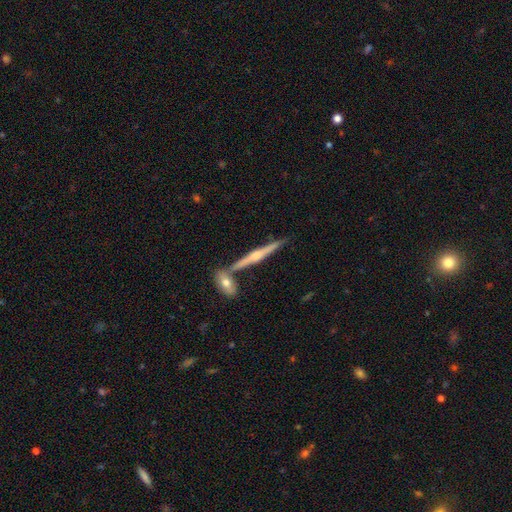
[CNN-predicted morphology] Overall: featured or disk (75%). Edge-on disk: yes (98%). Edge-on bulge: rounded (80%). Merging: none (76%).